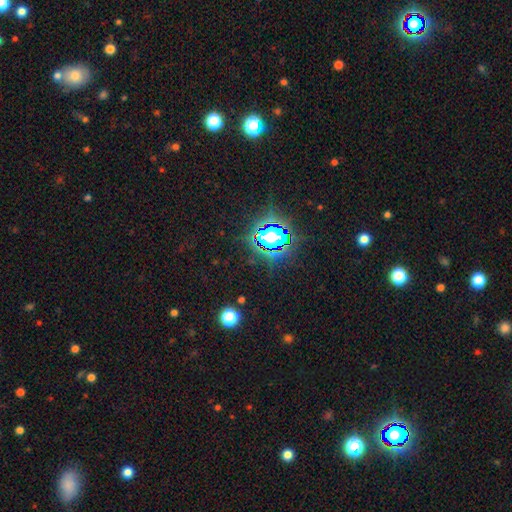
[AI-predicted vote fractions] Overall: star or artifact (83%).